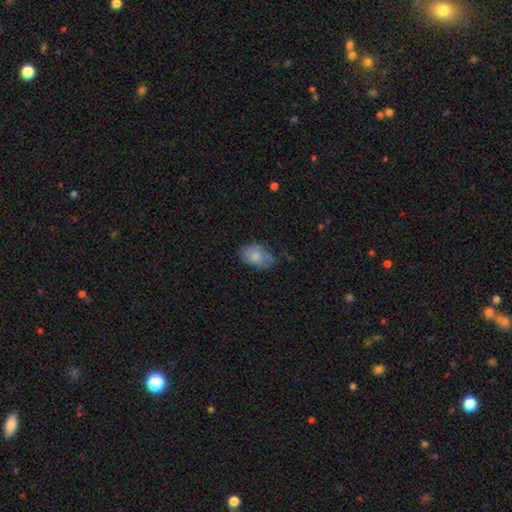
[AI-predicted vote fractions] This is likely a smooth galaxy (69%). How rounded: clearly in between (87%). Merging: possibly none (58%).